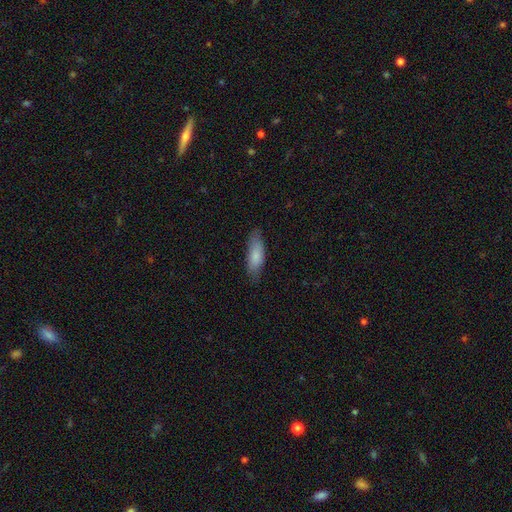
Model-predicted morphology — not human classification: Smooth or featured: smooth — 82% (featured or disk — 13%)
How rounded: in between — 59% (cigar-shaped — 39%)
Merging: none — 79% (minor disturbance — 17%)